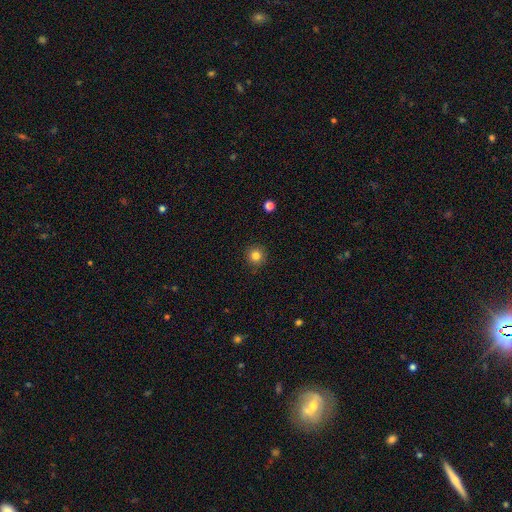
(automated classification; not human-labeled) Smooth or featured: smooth — 83% (star or artifact — 11%)
How rounded: round — 94% (in between — 5%)
Merging: none — 90% (minor disturbance — 7%)